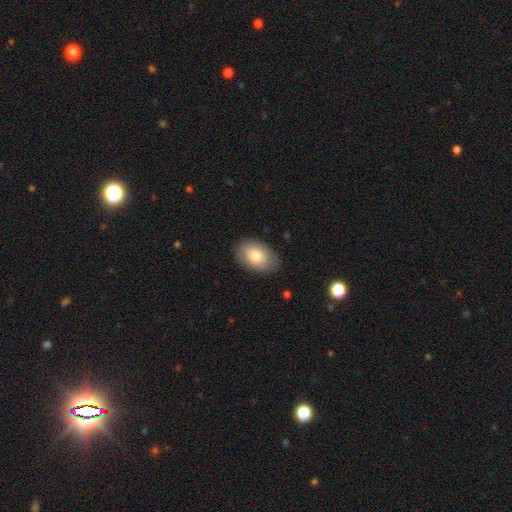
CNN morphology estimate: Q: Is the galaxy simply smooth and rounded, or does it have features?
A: smooth — 79%.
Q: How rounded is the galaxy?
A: in between — 89%.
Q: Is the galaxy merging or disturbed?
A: none — 83%.